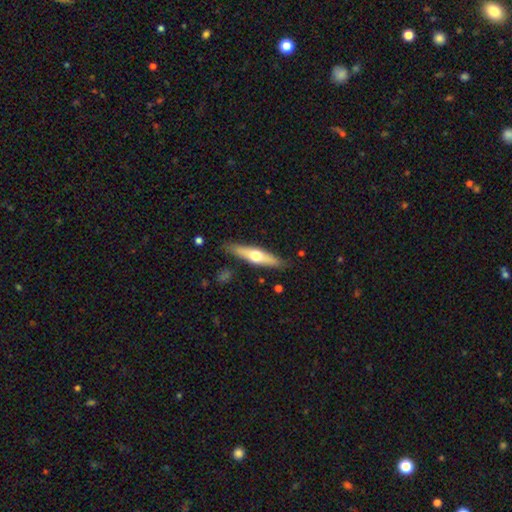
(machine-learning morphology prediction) type=featured or disk (54%); edge-on=yes (91%); merging=none (86%).